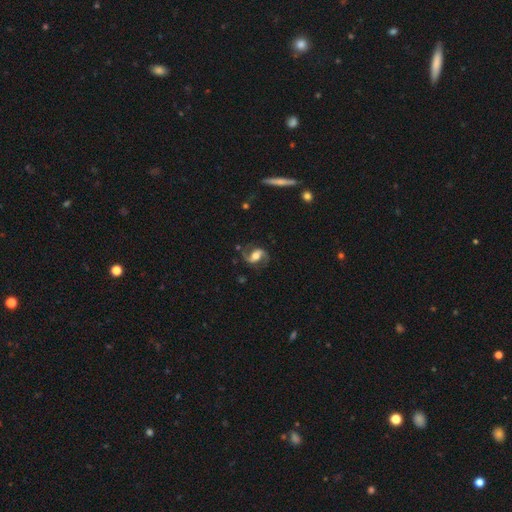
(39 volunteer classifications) A featured or disk galaxy (97%) with a weak bar (42%), 2 (100%) medium (53%) spiral arms (95%) and a moderate central bulge (58%).

Vote fractions:
- Smooth or featured? featured or disk: 97% / smooth: 3% / star or artifact: 0%
- Edge-on disk? no: 100% / yes: 0%
- Bar? weak: 42% / strong: 32% / no: 26%
- Spiral arms? yes: 95% / no: 5%
- Spiral winding? medium: 53% / loose: 42% / tight: 6%
- Spiral arm count? 2: 100% / 1: 0% / 3: 0% / 4: 0% / more than 4: 0% / can't tell: 0%
- Bulge size? moderate: 58% / large: 37% / small: 5% / dominant: 0% / none: 0%
- Merging? none: 72% / minor disturbance: 21% / major disturbance: 5% / merger: 3%